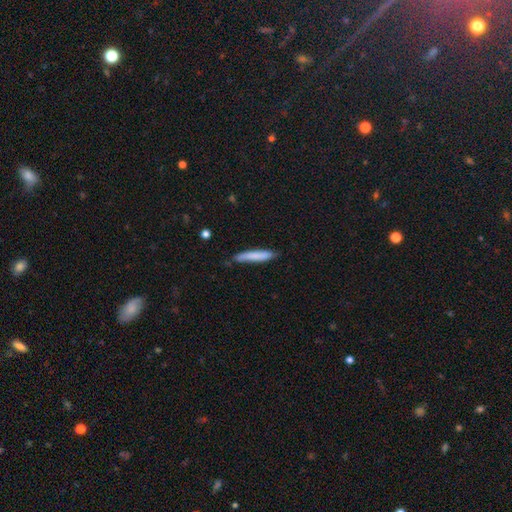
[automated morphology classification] Smooth or featured: smooth — 79% (featured or disk — 15%)
How rounded: cigar-shaped — 91% (in between — 8%)
Merging: none — 77% (minor disturbance — 18%)